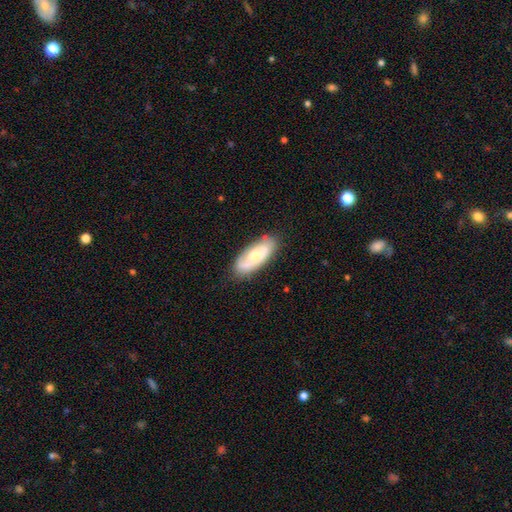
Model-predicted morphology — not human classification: smooth 50%, featured or disk 44%, star or artifact 6%. Down the decision tree: merging — none (76%).